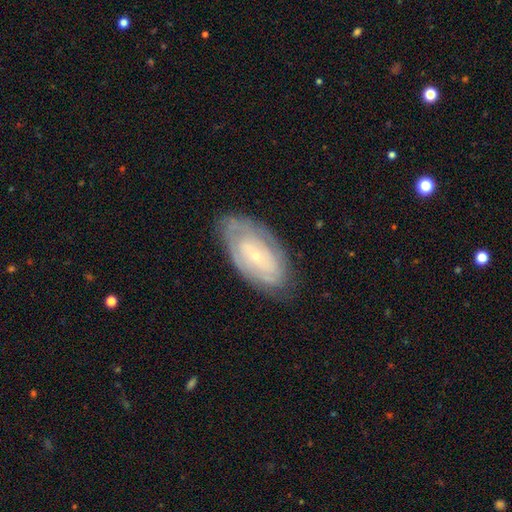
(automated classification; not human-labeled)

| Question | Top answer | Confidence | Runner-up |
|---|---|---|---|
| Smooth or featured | featured or disk | 72% | smooth (22%) |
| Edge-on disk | no | 93% | yes (7%) |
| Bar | no | 71% | weak (22%) |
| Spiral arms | yes | 80% | no (20%) |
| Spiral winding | tight | 74% | medium (20%) |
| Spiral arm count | can't tell | 57% | 2 (21%) |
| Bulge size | small | 81% | moderate (15%) |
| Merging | none | 76% | minor disturbance (18%) |